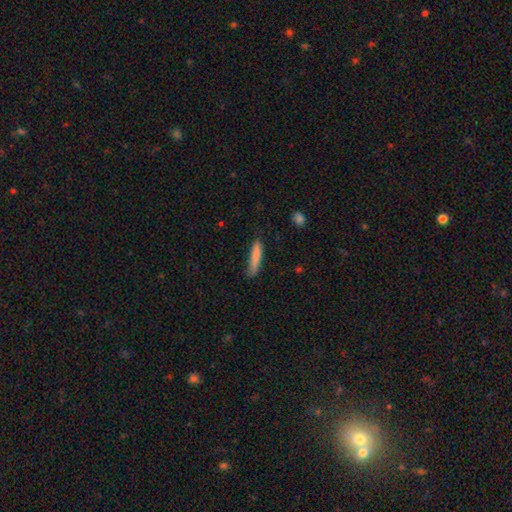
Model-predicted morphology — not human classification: smooth 83%, featured or disk 10%, star or artifact 6%. Down the decision tree: how rounded — cigar-shaped (87%); merging — none (77%).